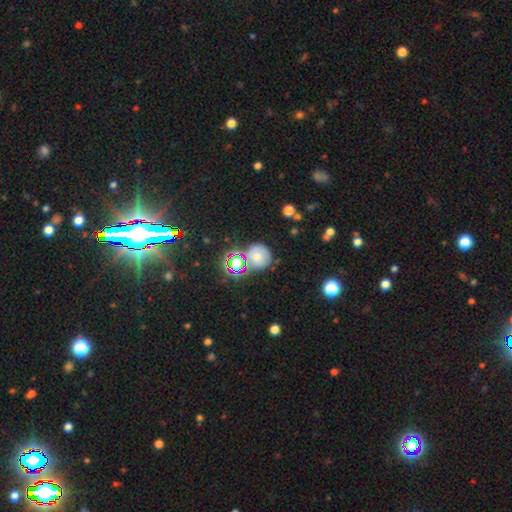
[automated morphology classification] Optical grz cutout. It shows a star or artifact, not a galaxy (38%).